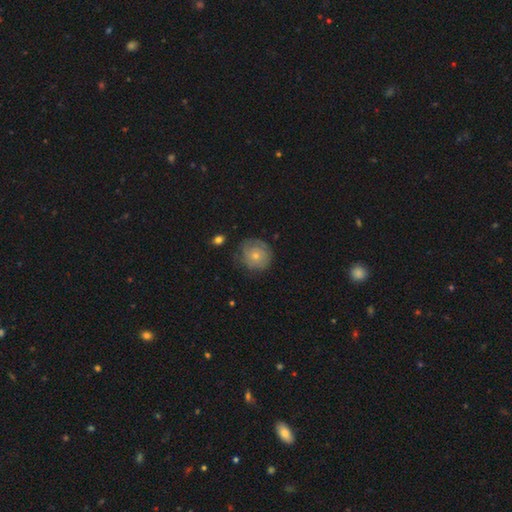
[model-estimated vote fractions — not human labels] Smooth or featured?
  - smooth: 52% *
  - featured or disk: 41%
  - star or artifact: 7%
How rounded?
  - round: 89% *
  - in between: 10%
  - cigar-shaped: 1%
Merging?
  - none: 71% *
  - minor disturbance: 21%
  - major disturbance: 7%
  - merger: 2%